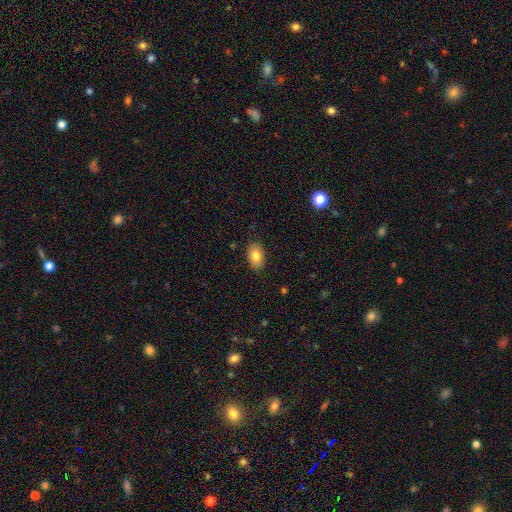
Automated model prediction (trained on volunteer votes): smooth_or_featured: smooth (p=0.82) [alt: featured or disk p=0.10]
how_rounded: in between (p=0.90) [alt: round p=0.09]
merging: none (p=0.87) [alt: minor disturbance p=0.10]